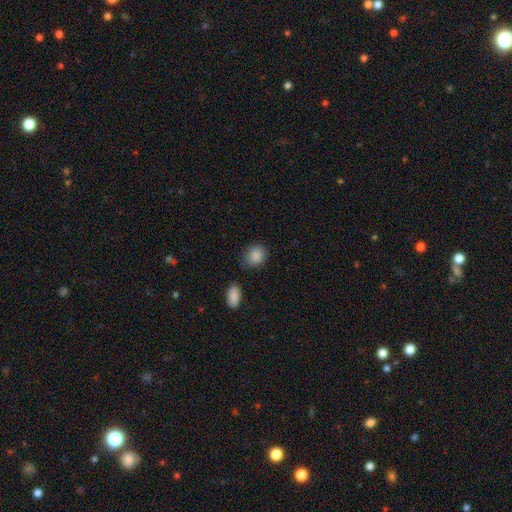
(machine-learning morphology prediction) Smooth or featured? Predicted: smooth (p=0.88). How rounded? Predicted: round (p=0.58). Merging? Predicted: none (p=0.76).